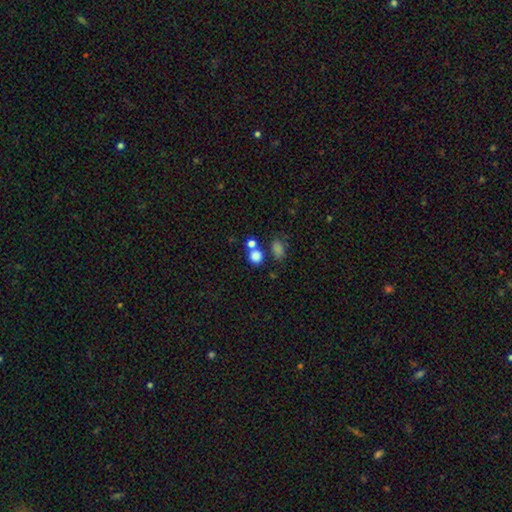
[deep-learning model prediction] Smooth or featured: smooth — 81% (star or artifact — 13%)
How rounded: round — 80% (in between — 19%)
Merging: none — 59% (merger — 26%)